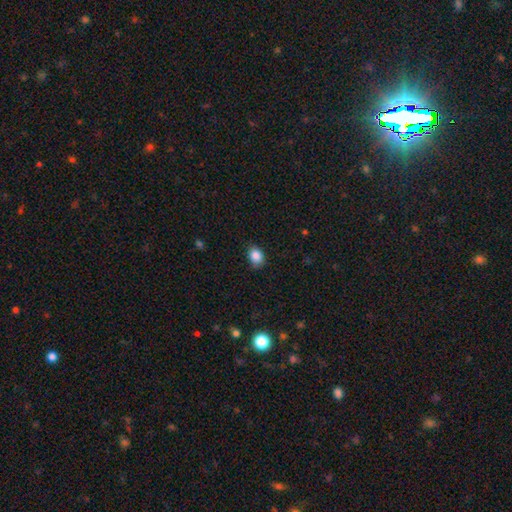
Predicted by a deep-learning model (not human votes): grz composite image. It shows a smooth galaxy with no disk features (86%) that is in between round and cigar-shaped (61%). Merging: none (81%).